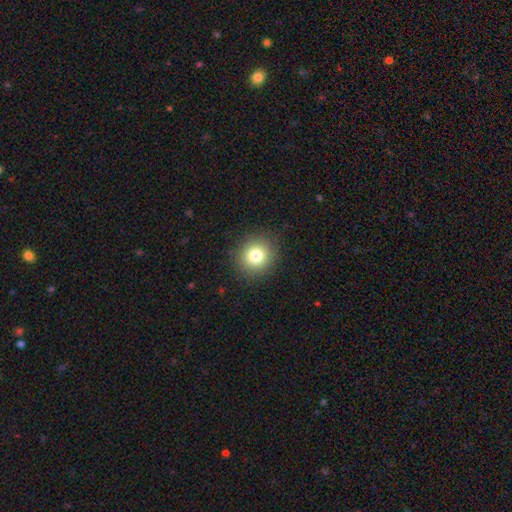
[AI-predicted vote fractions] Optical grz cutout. It shows a smooth galaxy with no disk features (80%) that is round (88%). Merging: none (90%).